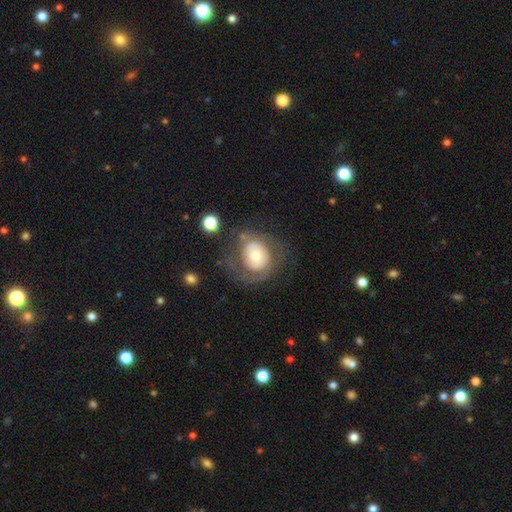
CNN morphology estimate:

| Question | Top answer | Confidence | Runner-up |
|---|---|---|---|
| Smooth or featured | featured or disk | 54% | smooth (39%) |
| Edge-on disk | no | 96% | yes (4%) |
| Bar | no | 77% | weak (18%) |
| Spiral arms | no | 52% | yes (48%) |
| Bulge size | moderate | 63% | small (21%) |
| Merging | none | 55% | minor disturbance (21%) |